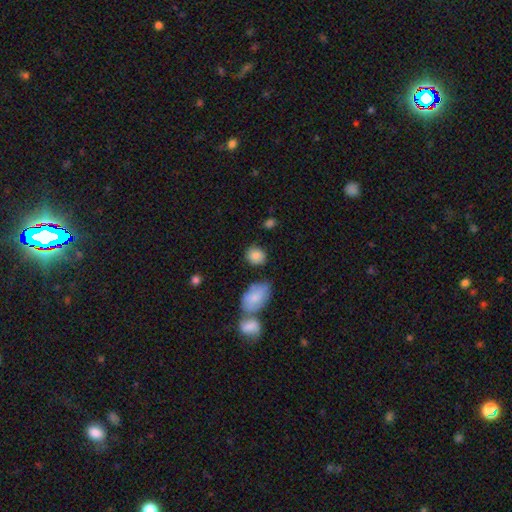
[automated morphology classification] Smooth or featured? smooth (85%)
How rounded? round (60%)
Merging? none (75%)